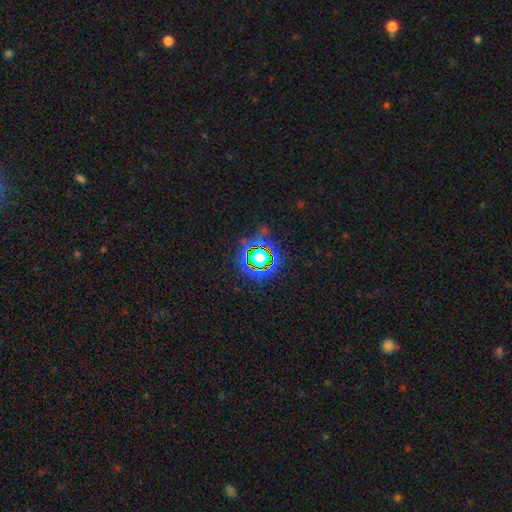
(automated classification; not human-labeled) Smooth or featured?
  - star or artifact: 78% *
  - smooth: 13%
  - featured or disk: 8%